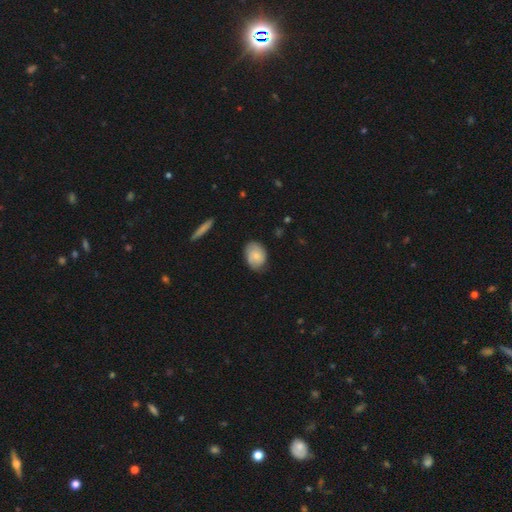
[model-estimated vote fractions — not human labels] Q: Smooth or featured?
A: smooth (66%); runner-up: featured or disk (27%)
Q: How rounded?
A: in between (73%); runner-up: round (26%)
Q: Merging?
A: none (70%); runner-up: minor disturbance (24%)